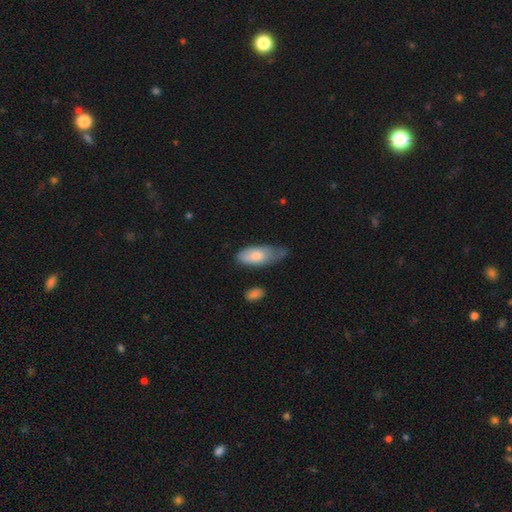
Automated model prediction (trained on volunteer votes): A smooth galaxy with no disk features (74%) that is in between round and cigar-shaped (84%).

Vote fractions:
- Smooth or featured? smooth: 74% / featured or disk: 20% / star or artifact: 6%
- How rounded? in between: 84% / cigar-shaped: 13% / round: 2%
- Merging? minor disturbance: 46% / none: 30% / major disturbance: 20% / merger: 4%